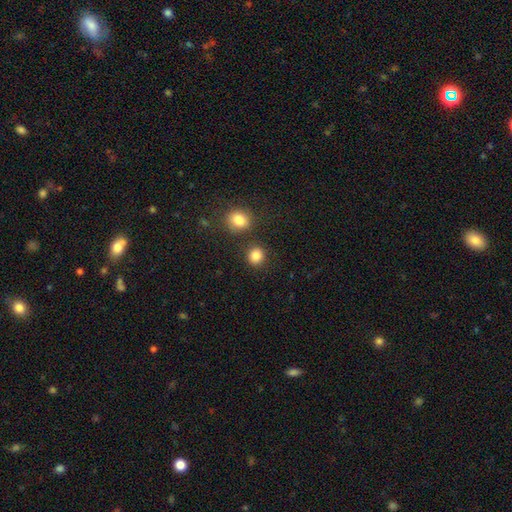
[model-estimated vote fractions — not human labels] This is clearly a smooth galaxy (85%). How rounded: clearly round (87%). Merging: clearly none (85%).